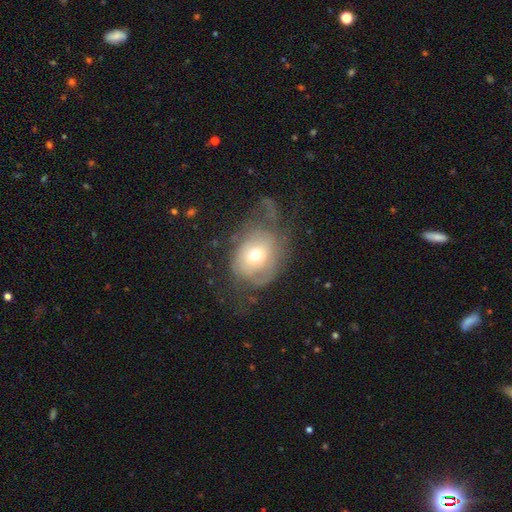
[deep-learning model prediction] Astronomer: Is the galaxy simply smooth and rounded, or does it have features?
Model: smooth — 54% (runner-up: featured or disk, 35%).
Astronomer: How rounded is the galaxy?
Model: round — 55% (runner-up: in between, 44%).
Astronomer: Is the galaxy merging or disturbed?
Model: major disturbance — 42% (runner-up: none, 30%).